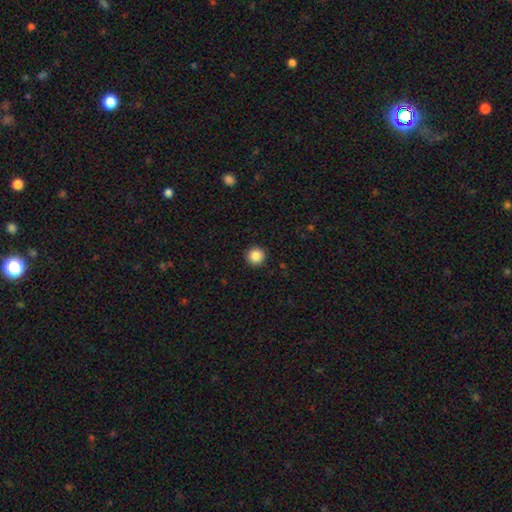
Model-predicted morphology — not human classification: Smooth or featured? Predicted: smooth (p=0.87). How rounded? Predicted: round (p=0.96). Merging? Predicted: none (p=0.93).